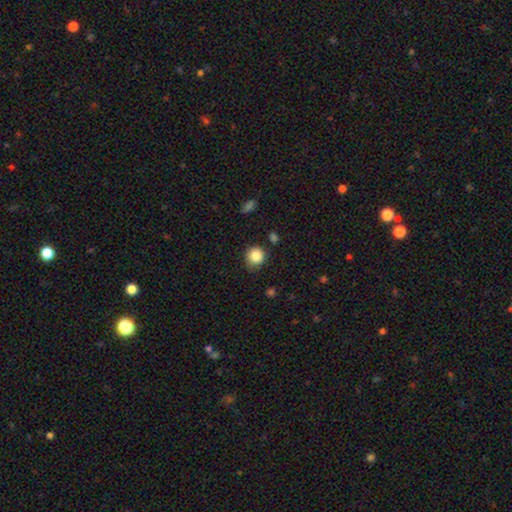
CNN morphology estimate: A smooth galaxy with no disk features (86%) that is round (88%).

Vote fractions:
- Smooth or featured? smooth: 86% / star or artifact: 10% / featured or disk: 4%
- How rounded? round: 88% / in between: 11% / cigar-shaped: 1%
- Merging? none: 80% / minor disturbance: 14% / major disturbance: 3% / merger: 3%